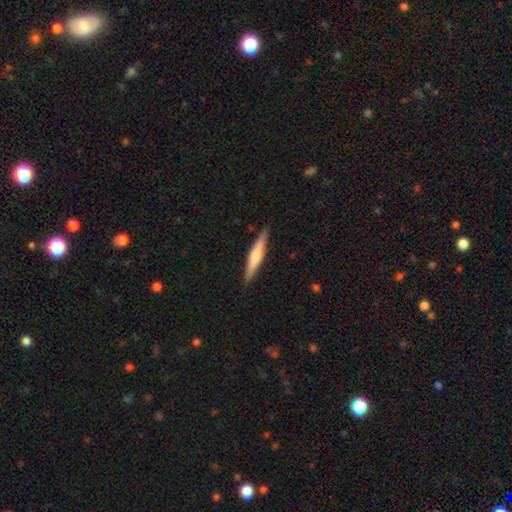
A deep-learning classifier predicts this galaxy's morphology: Overall: smooth (51%; featured or disk 44%). How rounded: cigar-shaped (92%). Merging: none (89%).